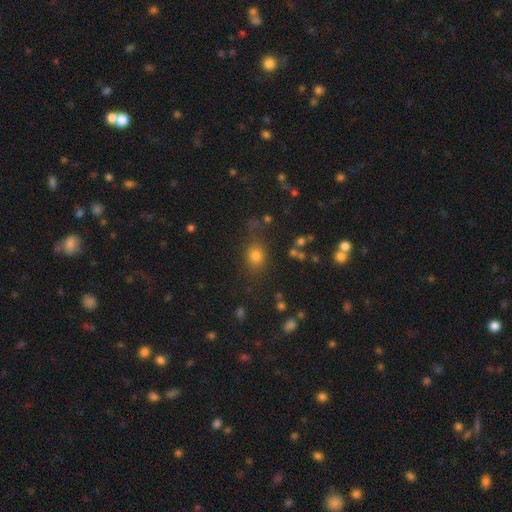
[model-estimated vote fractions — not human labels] This appears to be a smooth galaxy with no disk features (72%) that is round (65%). Merging: none (79%).